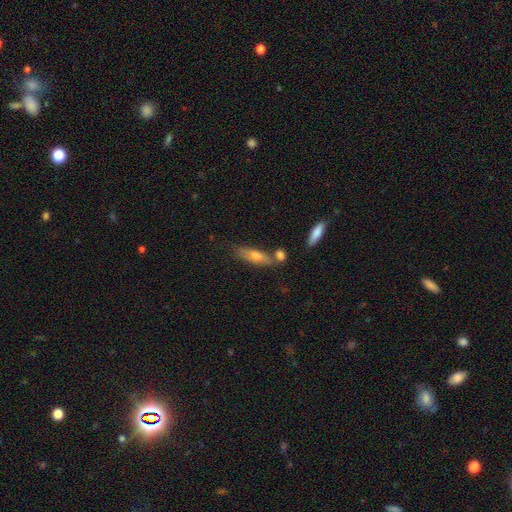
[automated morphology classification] Smooth or featured? Predicted: smooth (p=0.59). How rounded? Predicted: cigar-shaped (p=0.65). Merging? Predicted: none (p=0.66).